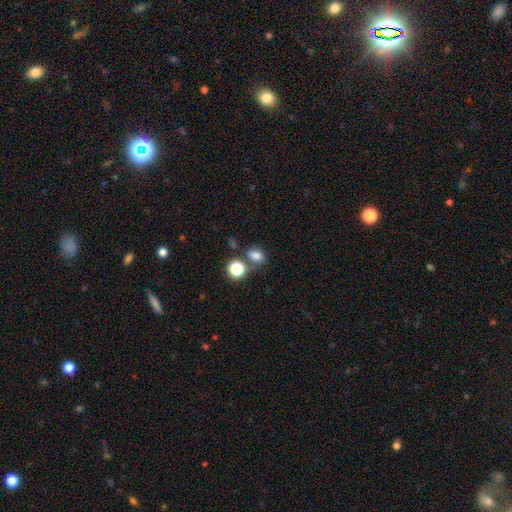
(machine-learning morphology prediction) smooth-or-featured: smooth: 74% | star or artifact: 17% | featured or disk: 9%
  how-rounded: in between: 60% | round: 39% | cigar-shaped: 2%
  merging: none: 56% | merger: 23% | minor disturbance: 14% | major disturbance: 6%